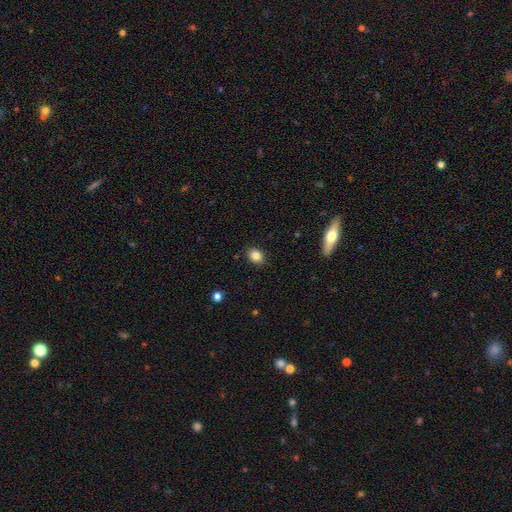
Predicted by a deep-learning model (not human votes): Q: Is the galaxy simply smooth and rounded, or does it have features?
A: smooth — 84%.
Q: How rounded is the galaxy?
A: in between — 57%.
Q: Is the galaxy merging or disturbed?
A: none — 88%.